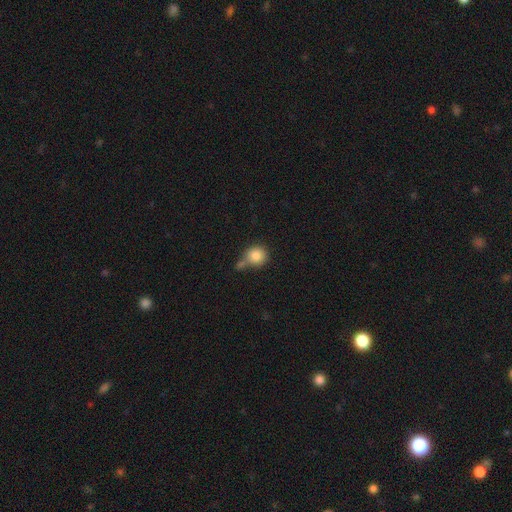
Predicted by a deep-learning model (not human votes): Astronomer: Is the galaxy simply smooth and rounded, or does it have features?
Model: smooth — 84%.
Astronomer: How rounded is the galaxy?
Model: round — 90%.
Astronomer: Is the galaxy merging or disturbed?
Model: none — 51% (runner-up: merger, 28%).